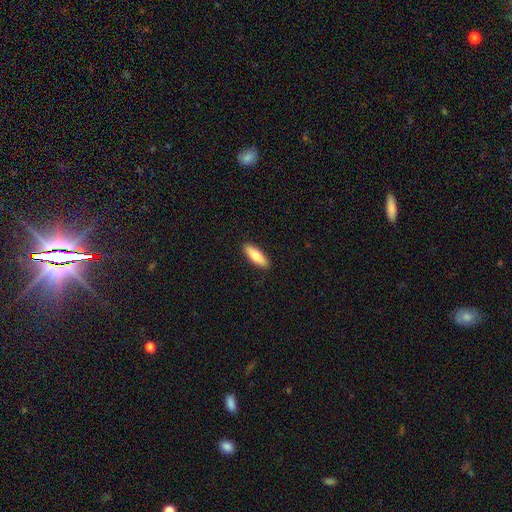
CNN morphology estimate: The model was most divided on "how rounded": in between: 53%, cigar-shaped: 45%, round: 2%. More confident: merging — none (90%); smooth or featured — smooth (77%).